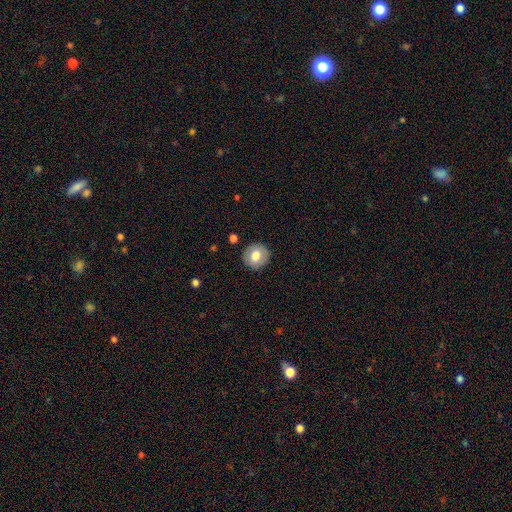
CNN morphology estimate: Smooth or featured? Predicted: smooth (p=0.74). How rounded? Predicted: round (p=0.91). Merging? Predicted: none (p=0.89).